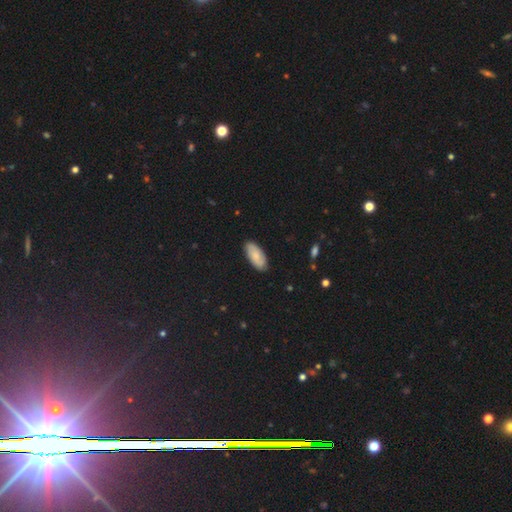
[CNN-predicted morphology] The model was most divided on "smooth or featured": smooth: 66%, featured or disk: 26%, star or artifact: 7%. More confident: how rounded — in between (91%); merging — none (86%).